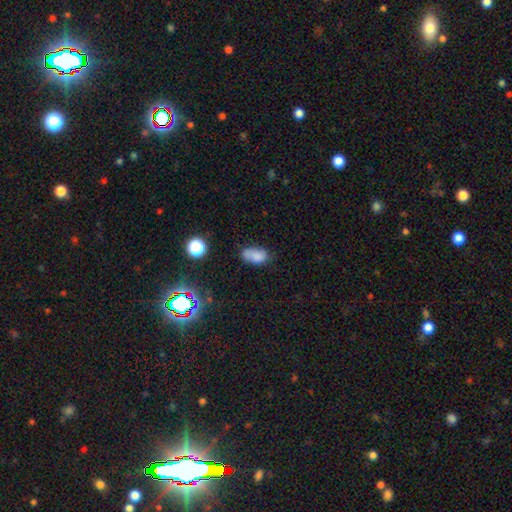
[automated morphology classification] This is likely a smooth galaxy (76%). How rounded: clearly in between (90%). Merging: possibly none (56%).